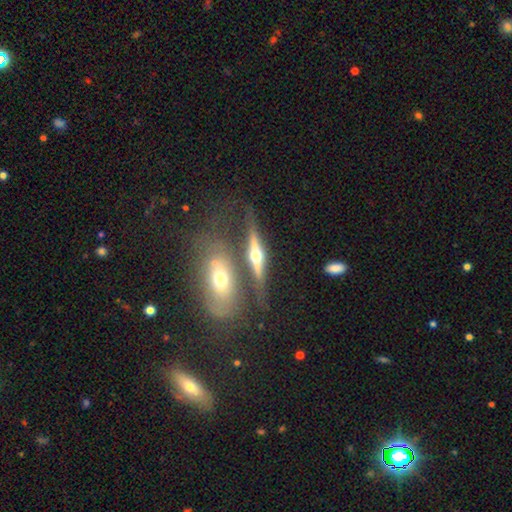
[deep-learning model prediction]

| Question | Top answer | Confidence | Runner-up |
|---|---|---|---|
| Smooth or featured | featured or disk | 77% | smooth (16%) |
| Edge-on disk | yes | 92% | no (8%) |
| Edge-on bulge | rounded | 95% | boxy (3%) |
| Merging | none | 62% | merger (18%) |